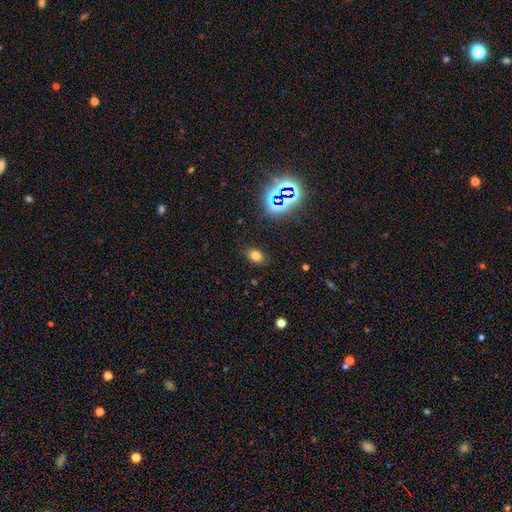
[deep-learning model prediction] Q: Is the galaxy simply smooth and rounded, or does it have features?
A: smooth — 73%.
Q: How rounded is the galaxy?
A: in between — 78%.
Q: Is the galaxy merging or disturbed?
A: none — 86%.